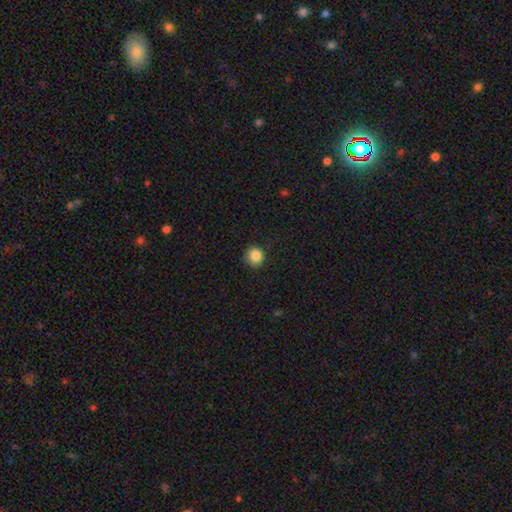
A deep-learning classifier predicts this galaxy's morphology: A smooth galaxy with no disk features (86%) that is round (89%).

Vote fractions:
- Smooth or featured? smooth: 86% / star or artifact: 10% / featured or disk: 4%
- How rounded? round: 89% / in between: 10% / cigar-shaped: 1%
- Merging? none: 84% / minor disturbance: 12% / major disturbance: 3% / merger: 1%